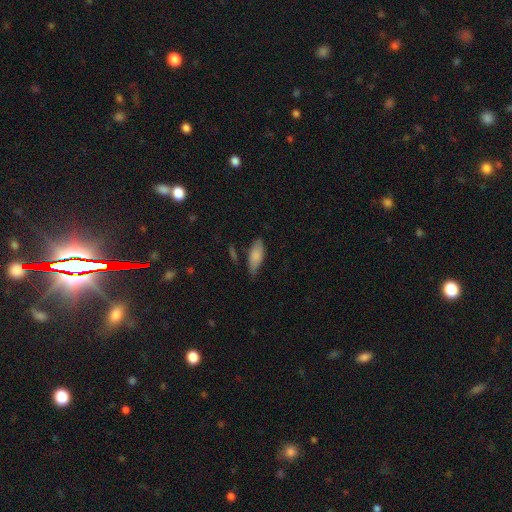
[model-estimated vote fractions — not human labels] A smooth galaxy with no disk features (83%) that is in between round and cigar-shaped (79%). Merging: none (65%).